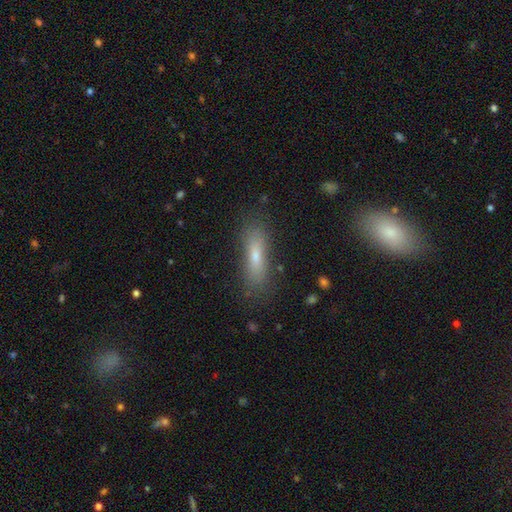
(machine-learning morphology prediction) type=smooth (68%); roundness=cigar-shaped (64%); merging=none (79%).